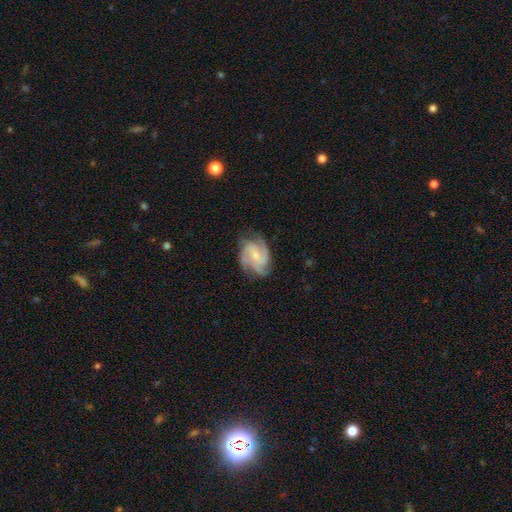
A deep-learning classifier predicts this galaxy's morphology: The model was most divided on "spiral winding": medium: 45%, tight: 43%, loose: 12%. Remaining: edge-on disk — no (98%); spiral arms — yes (96%); smooth or featured — featured or disk (83%); merging — none (69%); bulge size — small (55%); bar — no (55%); spiral arm count — 3 (45%).